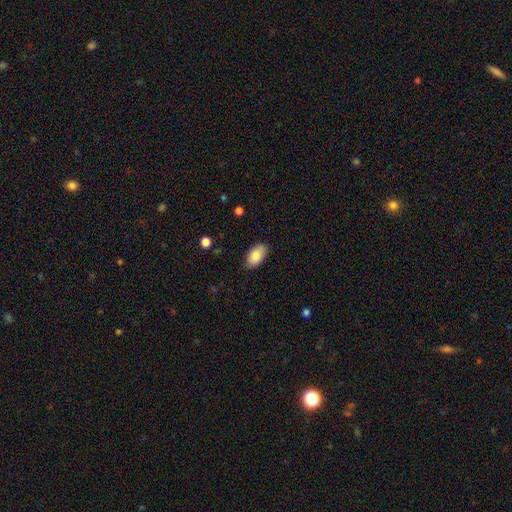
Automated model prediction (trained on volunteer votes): smooth_or_featured: smooth (p=0.87) [alt: star or artifact p=0.07]
how_rounded: in between (p=0.94) [alt: round p=0.04]
merging: none (p=0.83) [alt: minor disturbance p=0.14]